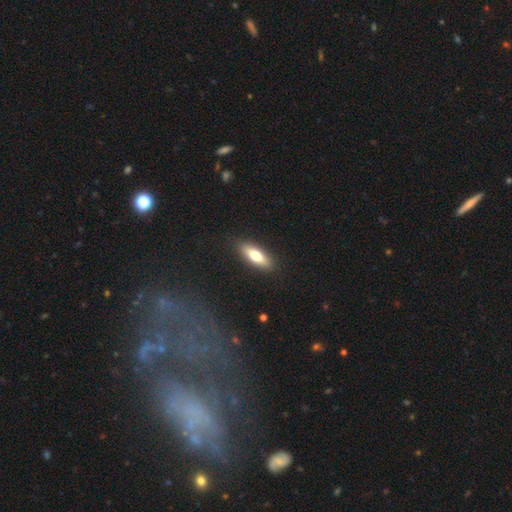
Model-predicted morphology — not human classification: A smooth galaxy with no disk features (70%) that is in between round and cigar-shaped (55%).

Vote fractions:
- Smooth or featured? smooth: 70% / featured or disk: 24% / star or artifact: 6%
- How rounded? in between: 55% / cigar-shaped: 43% / round: 2%
- Merging? none: 89% / minor disturbance: 8% / major disturbance: 2% / merger: 1%